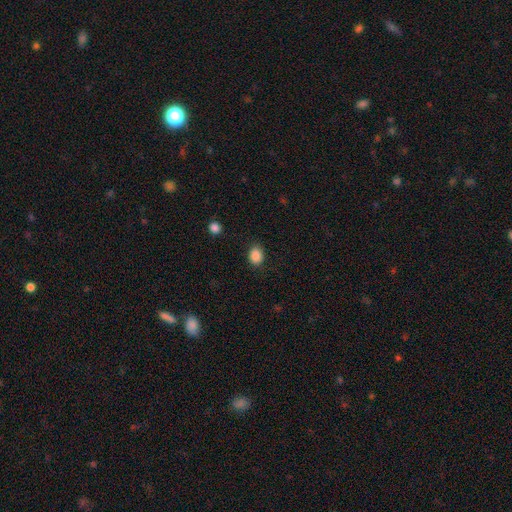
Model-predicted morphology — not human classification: A smooth galaxy with no disk features (88%) that is in between round and cigar-shaped (58%).

Vote fractions:
- Smooth or featured? smooth: 88% / star or artifact: 9% / featured or disk: 3%
- How rounded? in between: 58% / round: 41% / cigar-shaped: 1%
- Merging? none: 85% / minor disturbance: 11% / major disturbance: 3% / merger: 1%